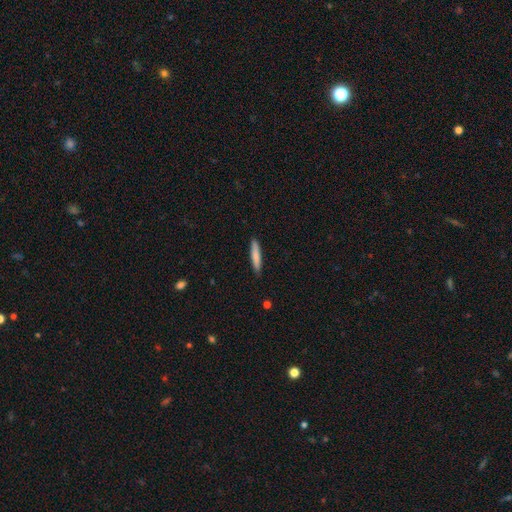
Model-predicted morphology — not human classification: A smooth galaxy with no disk features (80%) that is cigar-shaped (92%). Merging: none (89%).